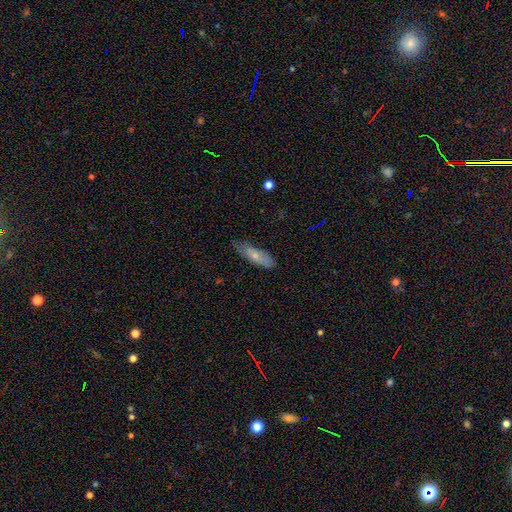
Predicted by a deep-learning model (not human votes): Smooth or featured?
  - smooth: 65% *
  - featured or disk: 29%
  - star or artifact: 6%
How rounded?
  - in between: 50% *
  - cigar-shaped: 48%
  - round: 2%
Merging?
  - none: 66% *
  - minor disturbance: 26%
  - major disturbance: 6%
  - merger: 2%